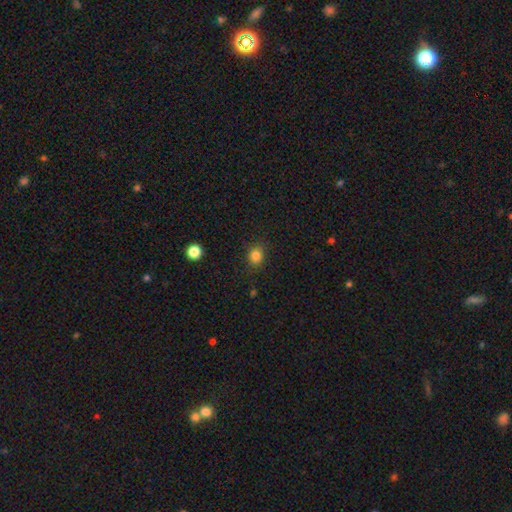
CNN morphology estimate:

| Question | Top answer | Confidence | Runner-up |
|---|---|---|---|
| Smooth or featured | smooth | 83% | star or artifact (12%) |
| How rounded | round | 69% | in between (30%) |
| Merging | none | 85% | minor disturbance (10%) |